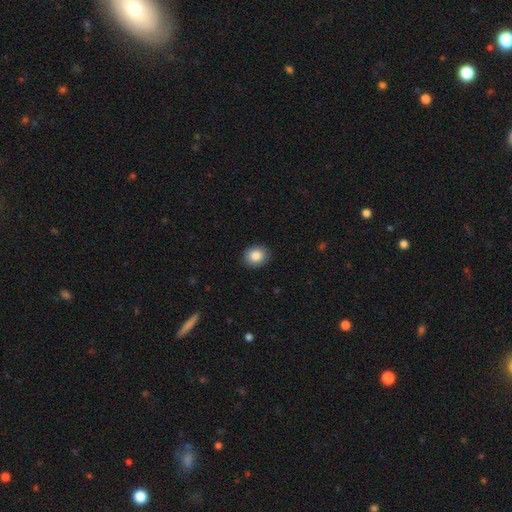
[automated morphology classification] A smooth galaxy with no disk features (86%) that is round (63%). Merging: none (89%).